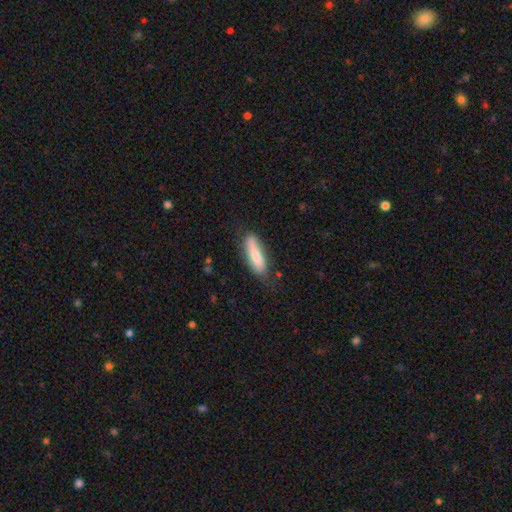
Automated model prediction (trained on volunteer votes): Smooth or featured? Predicted: smooth (p=0.72). How rounded? Predicted: cigar-shaped (p=0.55). Merging? Predicted: none (p=0.67).